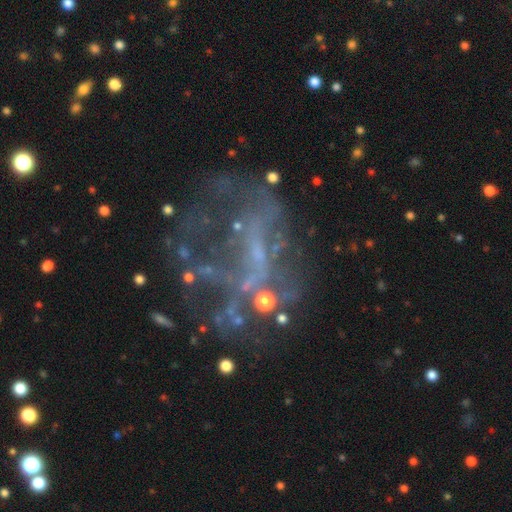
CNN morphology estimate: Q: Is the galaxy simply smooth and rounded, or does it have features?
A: featured or disk — 57%.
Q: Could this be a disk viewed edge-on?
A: no — 96%.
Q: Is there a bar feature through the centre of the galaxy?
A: no — 73%.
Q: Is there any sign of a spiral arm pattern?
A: no — 80%.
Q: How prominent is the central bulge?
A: none — 65%.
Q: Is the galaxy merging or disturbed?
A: none — 40%.